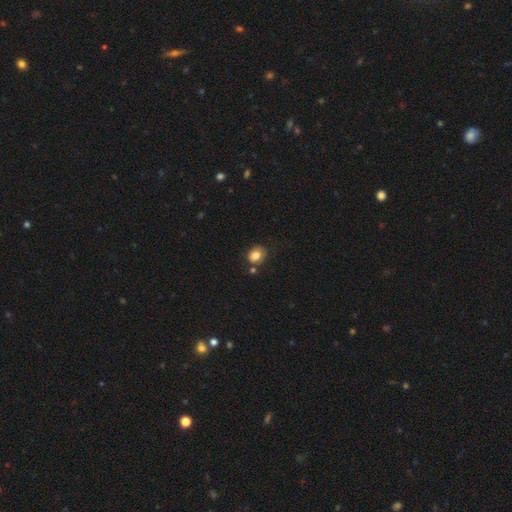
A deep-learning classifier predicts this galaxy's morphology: A smooth galaxy with no disk features (82%) that is round (62%). Merging: none (68%).